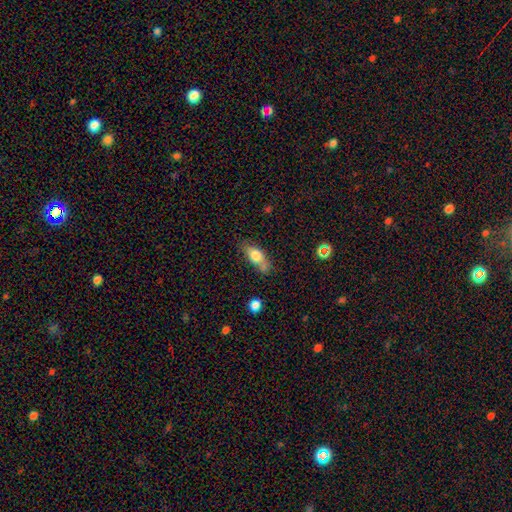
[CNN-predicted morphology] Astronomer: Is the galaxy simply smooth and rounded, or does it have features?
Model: smooth — 72%.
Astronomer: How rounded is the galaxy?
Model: in between — 75%.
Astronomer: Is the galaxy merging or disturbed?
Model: none — 52%.